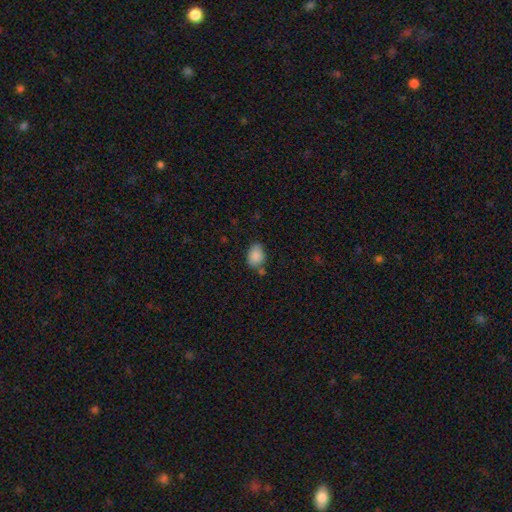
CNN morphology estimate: smooth_or_featured: smooth (p=0.87) [alt: star or artifact p=0.08]
how_rounded: in between (p=0.73) [alt: round p=0.26]
merging: none (p=0.65) [alt: minor disturbance p=0.21]